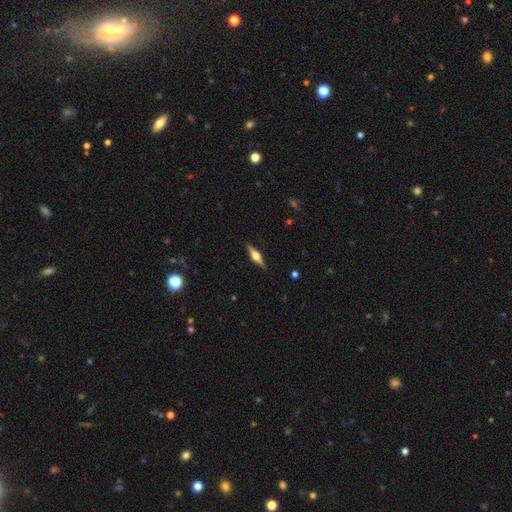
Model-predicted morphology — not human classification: This is likely a featured or disk galaxy (69%). It is clearly viewed edge-on (97%). Edge-on bulge: clearly rounded (91%). Merging: clearly none (90%).